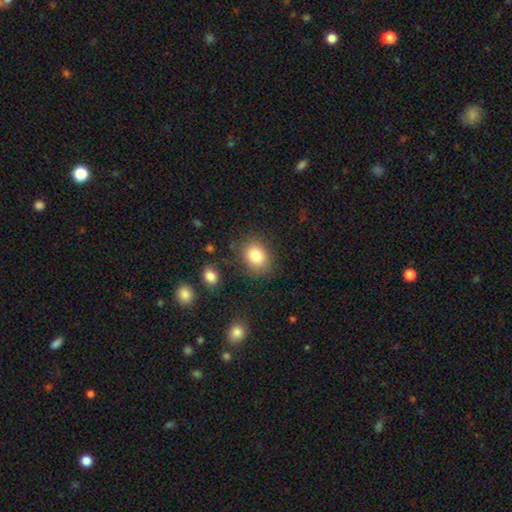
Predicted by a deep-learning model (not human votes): Smooth or featured? Predicted: smooth (p=0.82). How rounded? Predicted: in between (p=0.54). Merging? Predicted: none (p=0.81).